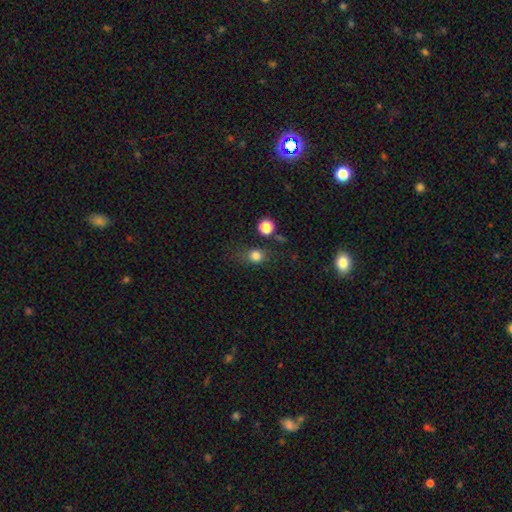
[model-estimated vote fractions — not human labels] smooth_or_featured: smooth (p=0.79) [alt: star or artifact p=0.14]
how_rounded: round (p=0.72) [alt: in between p=0.27]
merging: none (p=0.67) [alt: minor disturbance p=0.18]